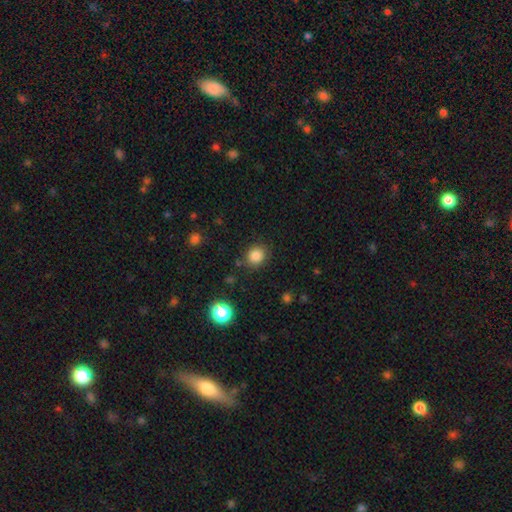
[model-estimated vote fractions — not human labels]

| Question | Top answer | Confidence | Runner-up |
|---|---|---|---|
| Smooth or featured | smooth | 84% | star or artifact (11%) |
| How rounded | round | 79% | in between (20%) |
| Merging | none | 83% | minor disturbance (10%) |